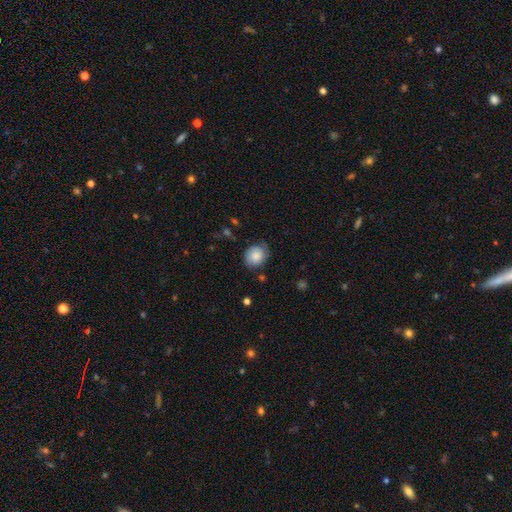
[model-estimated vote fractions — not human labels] A smooth galaxy with no disk features (81%) that is round (63%). Merging: none (70%).